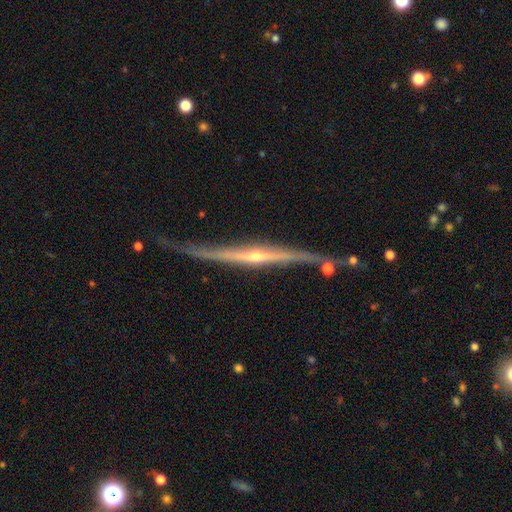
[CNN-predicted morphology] Smooth or featured? Predicted: featured or disk (p=0.86). Edge-on disk? Predicted: yes (p=0.95). Edge-on bulge? Predicted: rounded (p=0.81). Merging? Predicted: none (p=0.62).